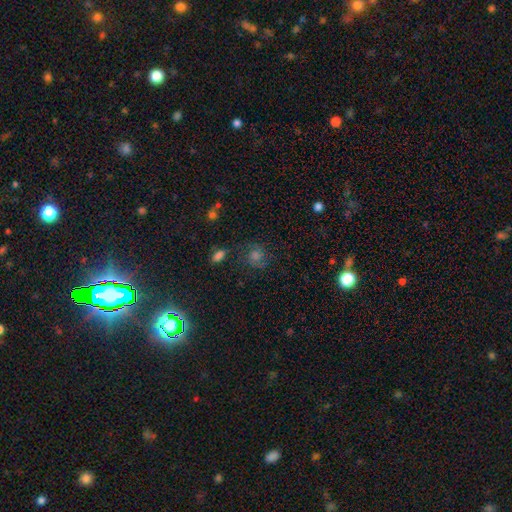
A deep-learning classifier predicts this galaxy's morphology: A featured or disk galaxy (36%).

Vote fractions:
- Smooth or featured? featured or disk: 36% / smooth: 32% / star or artifact: 32%
- Merging? none: 76% / minor disturbance: 13% / major disturbance: 8% / merger: 3%